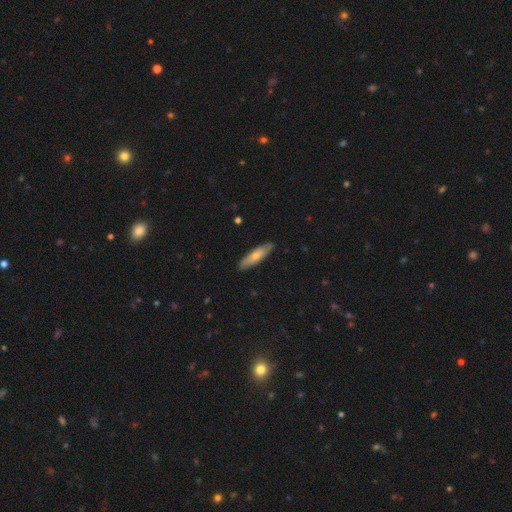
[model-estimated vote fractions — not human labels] Smooth or featured?
  - smooth: 65% *
  - featured or disk: 30%
  - star or artifact: 5%
How rounded?
  - cigar-shaped: 68% *
  - in between: 31%
  - round: 2%
Merging?
  - none: 88% *
  - minor disturbance: 9%
  - major disturbance: 2%
  - merger: 1%